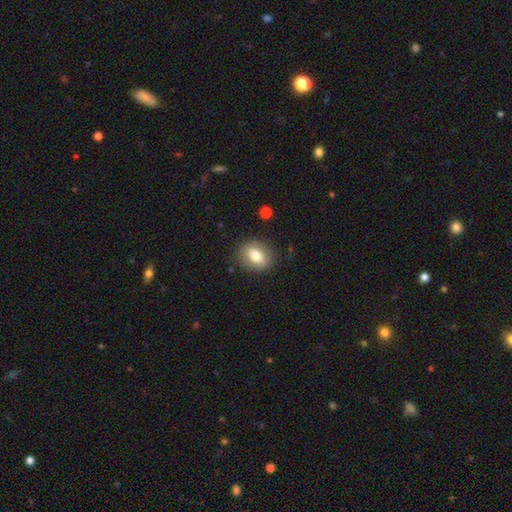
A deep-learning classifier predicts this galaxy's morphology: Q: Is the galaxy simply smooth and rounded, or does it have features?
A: smooth — 76%.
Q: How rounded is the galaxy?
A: in between — 54%.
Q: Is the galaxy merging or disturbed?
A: none — 85%.